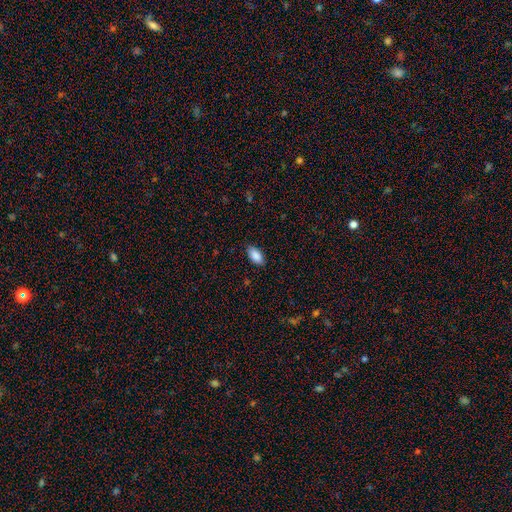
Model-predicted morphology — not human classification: Q: Smooth or featured?
A: smooth (89%); runner-up: star or artifact (7%)
Q: How rounded?
A: in between (93%); runner-up: cigar-shaped (3%)
Q: Merging?
A: none (86%); runner-up: minor disturbance (11%)